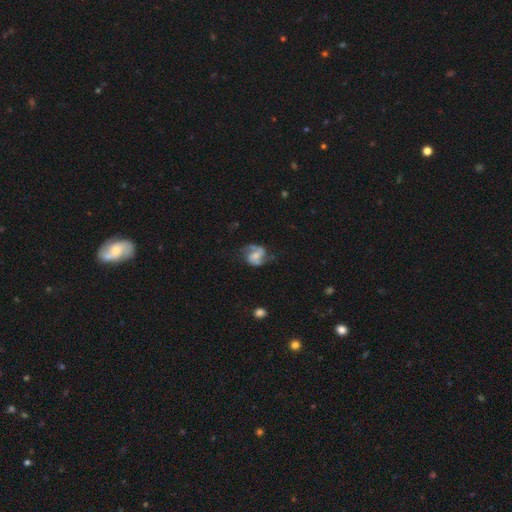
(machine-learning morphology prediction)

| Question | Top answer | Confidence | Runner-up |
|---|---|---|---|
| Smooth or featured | featured or disk | 81% | smooth (13%) |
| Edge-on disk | no | 98% | yes (2%) |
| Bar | weak | 44% | no (38%) |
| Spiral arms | yes | 95% | no (5%) |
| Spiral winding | medium | 50% | loose (35%) |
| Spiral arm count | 2 | 91% | can't tell (4%) |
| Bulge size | small | 40% | moderate (38%) |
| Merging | none | 66% | minor disturbance (20%) |